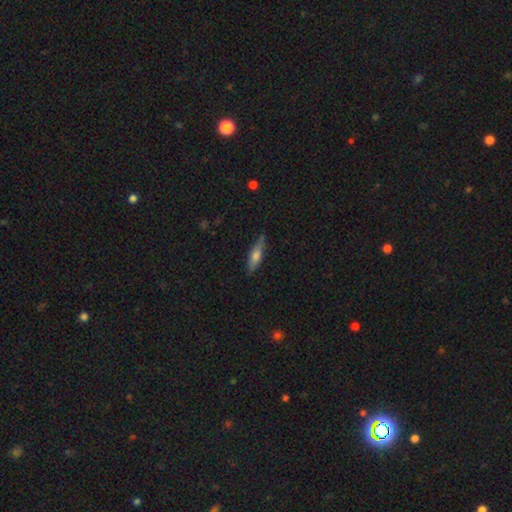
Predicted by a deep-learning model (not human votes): This is possibly a smooth galaxy (56%). How rounded: likely cigar-shaped (65%). Merging: likely none (77%).